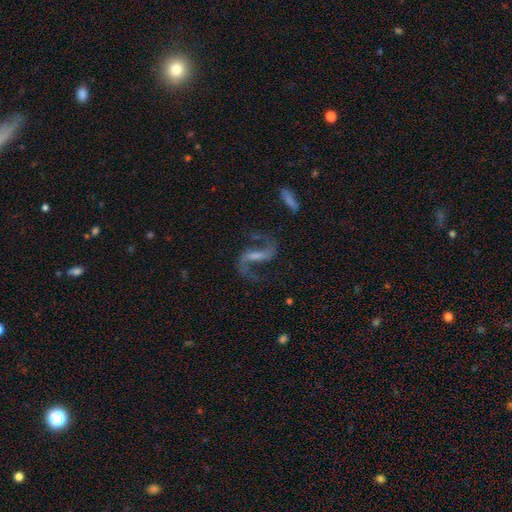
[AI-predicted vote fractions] Q: Smooth or featured?
A: featured or disk (90%); runner-up: star or artifact (6%)
Q: Edge-on disk?
A: no (97%); runner-up: yes (3%)
Q: Bar?
A: strong (51%); runner-up: weak (37%)
Q: Spiral arms?
A: yes (97%); runner-up: no (3%)
Q: Spiral winding?
A: loose (61%); runner-up: medium (34%)
Q: Spiral arm count?
A: 2 (93%); runner-up: 1 (2%)
Q: Bulge size?
A: small (39%); runner-up: none (33%)
Q: Merging?
A: none (75%); runner-up: minor disturbance (12%)